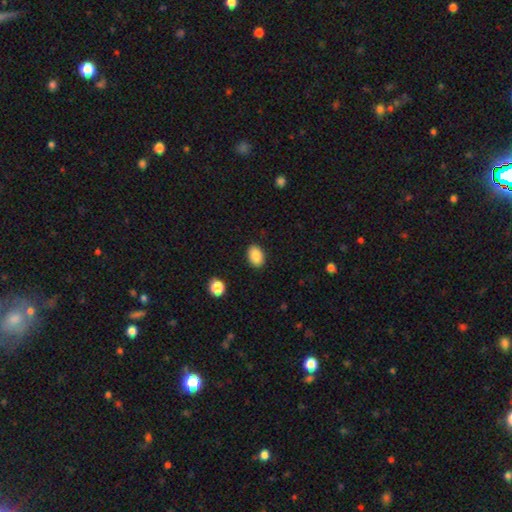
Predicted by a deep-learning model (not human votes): A smooth galaxy with no disk features (87%) that is in between round and cigar-shaped (84%).

Vote fractions:
- Smooth or featured? smooth: 87% / star or artifact: 8% / featured or disk: 5%
- How rounded? in between: 84% / round: 15% / cigar-shaped: 1%
- Merging? none: 89% / minor disturbance: 8% / major disturbance: 2% / merger: 1%